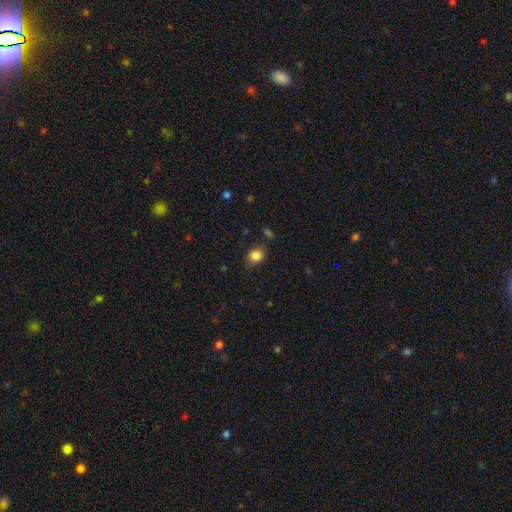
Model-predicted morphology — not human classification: Smooth or featured? smooth (84%)
How rounded? round (61%)
Merging? none (80%)